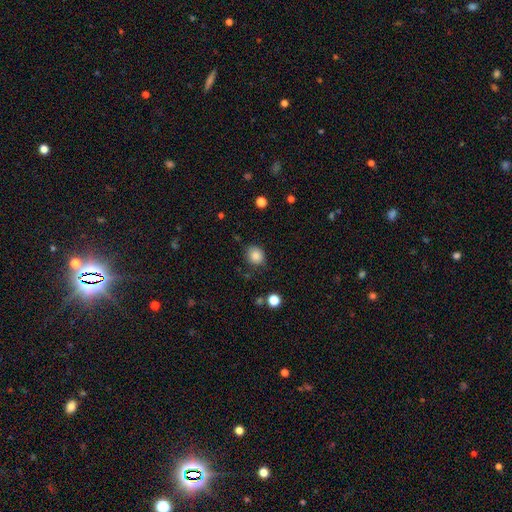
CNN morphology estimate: A smooth galaxy with no disk features (85%) that is round (77%). Merging: none (76%).